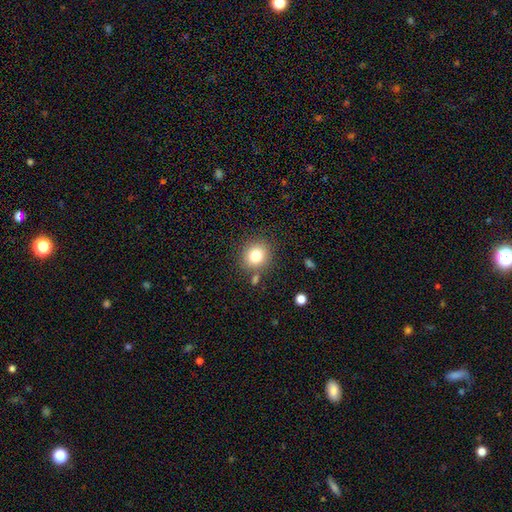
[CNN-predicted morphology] smooth_or_featured: smooth (p=0.80) [alt: star or artifact p=0.11]
how_rounded: round (p=0.83) [alt: in between p=0.16]
merging: none (p=0.81) [alt: minor disturbance p=0.10]